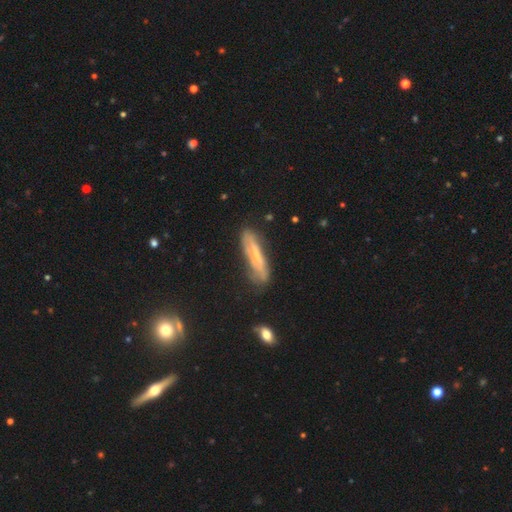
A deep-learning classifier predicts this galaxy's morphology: The model was most divided on "smooth or featured": featured or disk: 49%, smooth: 42%, star or artifact: 9%. More confident: merging — none (72%).